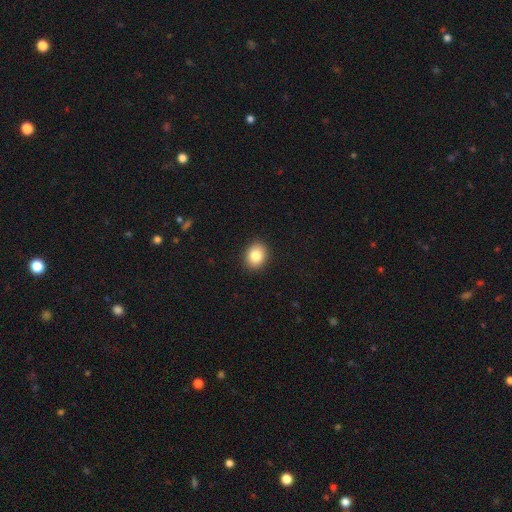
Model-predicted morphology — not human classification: Overall: smooth (84%). How rounded: round (54%; in between 45%). Merging: none (91%).